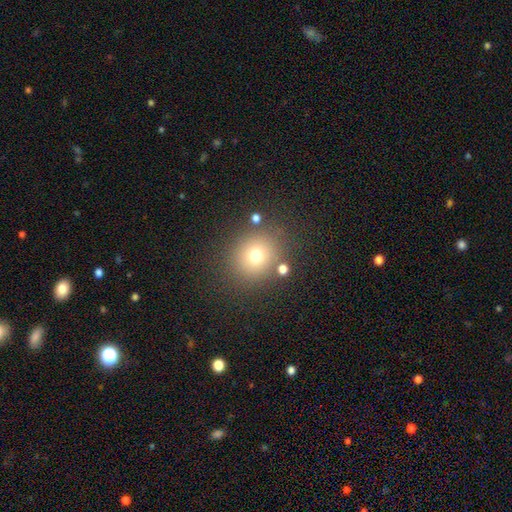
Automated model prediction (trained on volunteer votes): Smooth or featured?
  - smooth: 72% *
  - star or artifact: 17%
  - featured or disk: 11%
How rounded?
  - round: 83% *
  - in between: 16%
  - cigar-shaped: 1%
Merging?
  - none: 81% *
  - minor disturbance: 9%
  - merger: 6%
  - major disturbance: 4%